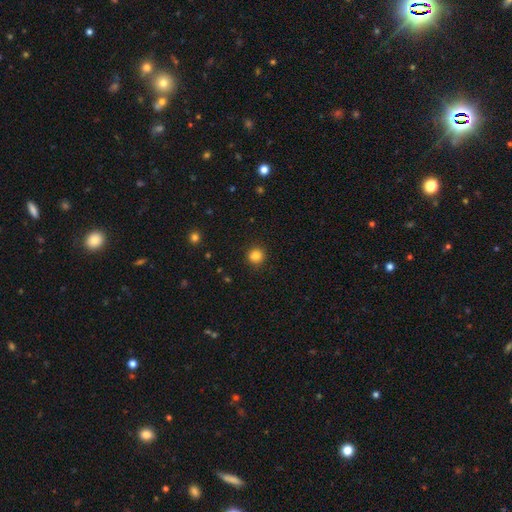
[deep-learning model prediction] Overall: smooth (85%). How rounded: round (93%). Merging: none (91%).